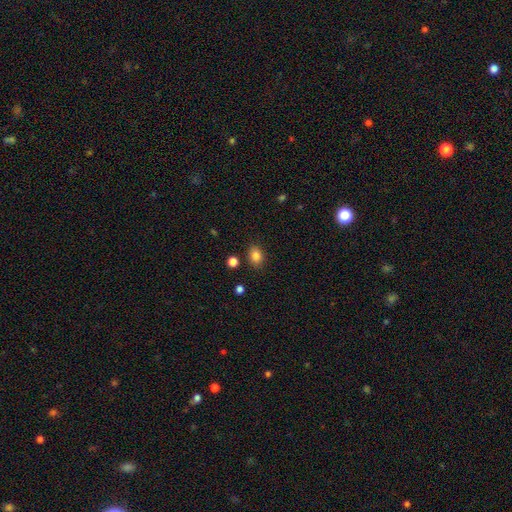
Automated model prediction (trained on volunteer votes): A smooth galaxy with no disk features (84%) that is in between round and cigar-shaped (65%).

Vote fractions:
- Smooth or featured? smooth: 84% / star or artifact: 10% / featured or disk: 5%
- How rounded? in between: 65% / round: 34% / cigar-shaped: 1%
- Merging? none: 84% / minor disturbance: 10% / major disturbance: 3% / merger: 3%